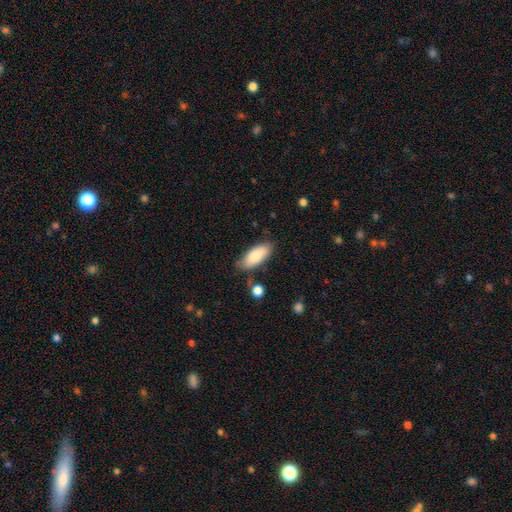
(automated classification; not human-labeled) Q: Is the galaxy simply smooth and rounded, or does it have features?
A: smooth — 84%.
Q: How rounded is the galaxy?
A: in between — 85%.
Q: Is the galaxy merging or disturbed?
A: none — 79%.